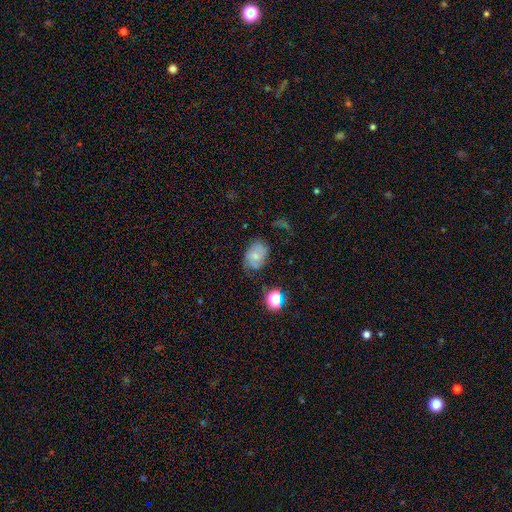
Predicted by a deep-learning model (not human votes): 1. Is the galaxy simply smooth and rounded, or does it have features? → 65% smooth, 22% featured or disk, 13% star or artifact.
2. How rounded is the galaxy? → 68% in between, 31% round, 1% cigar-shaped.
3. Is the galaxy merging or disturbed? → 66% none, 24% minor disturbance, 8% major disturbance, 3% merger.